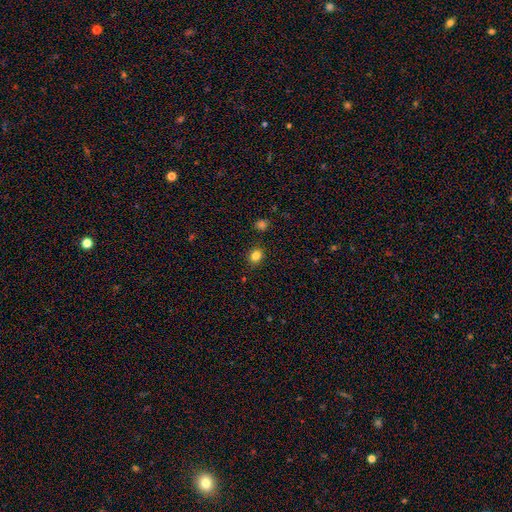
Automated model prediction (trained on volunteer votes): Smooth or featured: smooth — 82% (star or artifact — 13%)
How rounded: round — 66% (in between — 33%)
Merging: none — 88% (minor disturbance — 8%)